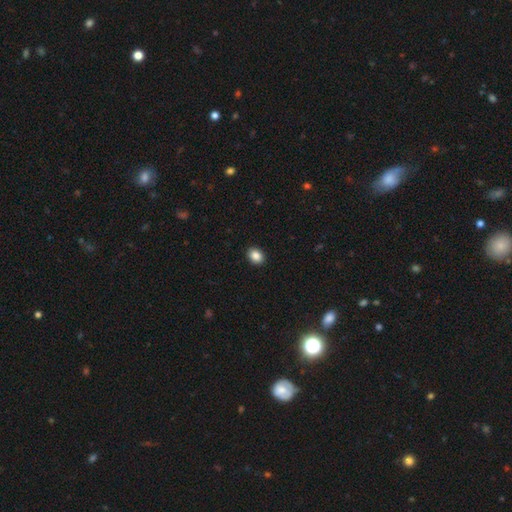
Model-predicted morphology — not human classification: A smooth galaxy with no disk features (87%) that is in between round and cigar-shaped (59%).

Vote fractions:
- Smooth or featured? smooth: 87% / star or artifact: 9% / featured or disk: 4%
- How rounded? in between: 59% / round: 40% / cigar-shaped: 1%
- Merging? none: 91% / minor disturbance: 6% / major disturbance: 2% / merger: 1%